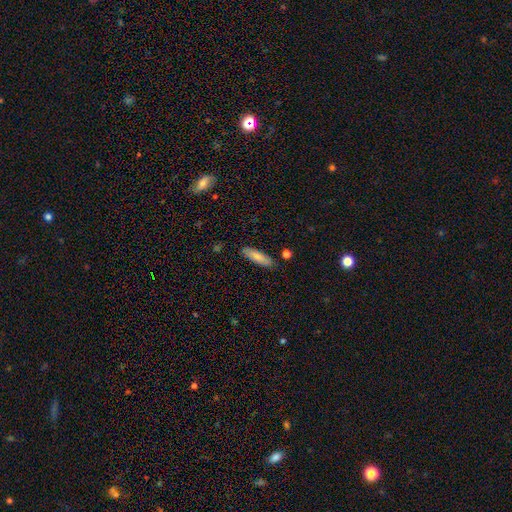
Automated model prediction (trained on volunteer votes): This appears to be a smooth galaxy with no disk features (75%) that is cigar-shaped (62%). Merging: none (86%).